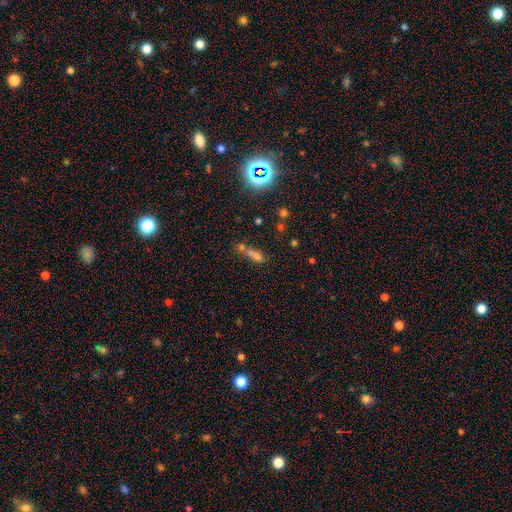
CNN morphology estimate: This appears to be a smooth galaxy with no disk features (54%) that is in between round and cigar-shaped (52%). Merging: merger (61%).